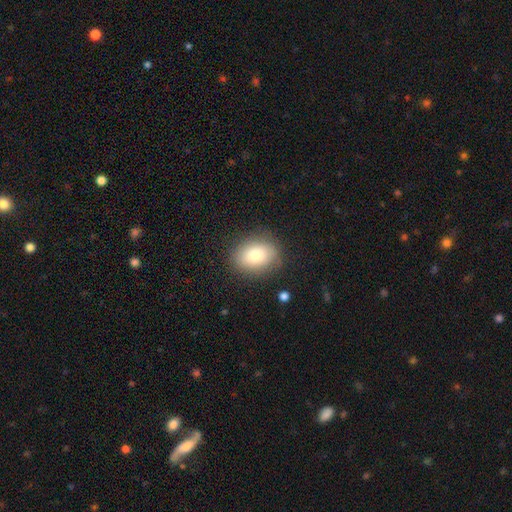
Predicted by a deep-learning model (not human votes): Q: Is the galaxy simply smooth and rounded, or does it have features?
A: smooth — 79%.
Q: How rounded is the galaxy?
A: in between — 56%.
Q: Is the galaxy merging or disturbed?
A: none — 84%.